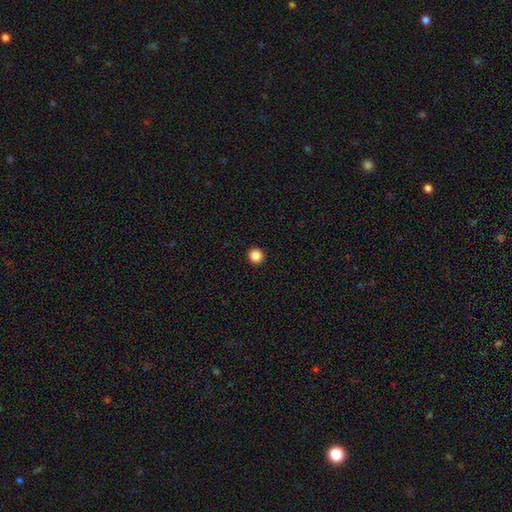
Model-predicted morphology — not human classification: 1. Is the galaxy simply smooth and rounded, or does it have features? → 87% smooth, 10% star or artifact, 3% featured or disk.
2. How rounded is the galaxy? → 93% round, 6% in between, 1% cigar-shaped.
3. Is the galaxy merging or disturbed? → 94% none, 4% minor disturbance, 1% major disturbance, 1% merger.